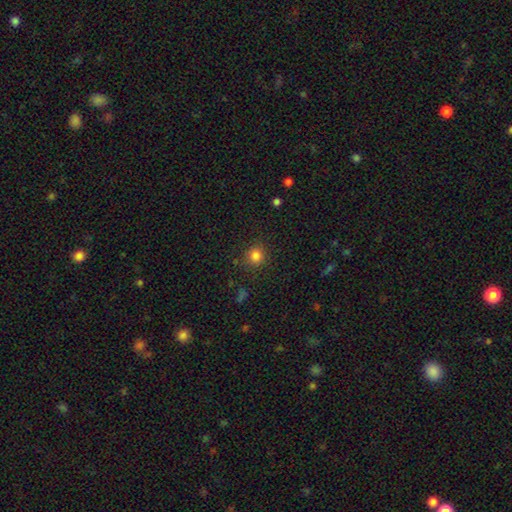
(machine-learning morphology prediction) This is clearly a smooth galaxy (82%). How rounded: clearly round (87%). Merging: clearly none (85%).